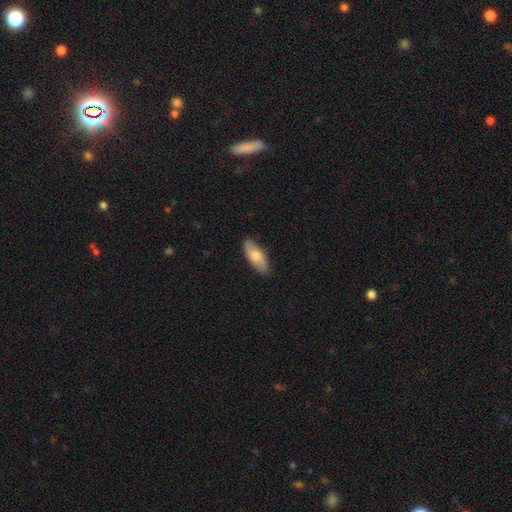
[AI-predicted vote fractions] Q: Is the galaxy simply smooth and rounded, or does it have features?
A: smooth — 73%.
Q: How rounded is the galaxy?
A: in between — 82%.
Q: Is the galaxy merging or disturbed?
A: none — 85%.